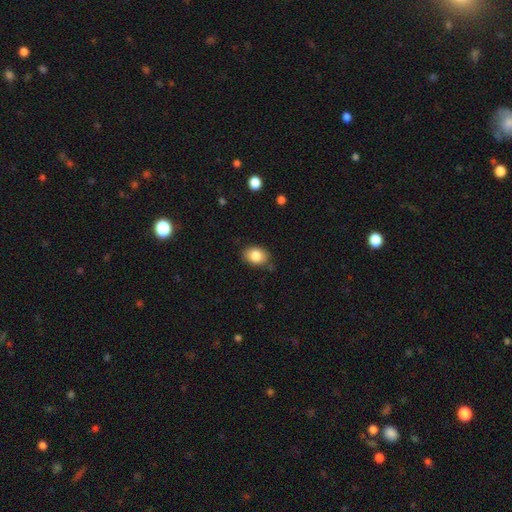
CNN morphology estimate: This appears to be a smooth galaxy with no disk features (84%) that is in between round and cigar-shaped (73%). Merging: none (79%).